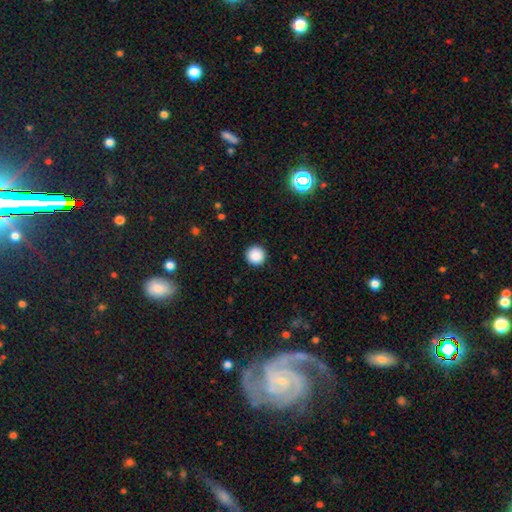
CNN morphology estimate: A smooth galaxy with no disk features (88%) that is round (96%).

Vote fractions:
- Smooth or featured? smooth: 88% / star or artifact: 10% / featured or disk: 3%
- How rounded? round: 96% / in between: 3% / cigar-shaped: 1%
- Merging? none: 93% / minor disturbance: 5% / major disturbance: 2% / merger: 1%